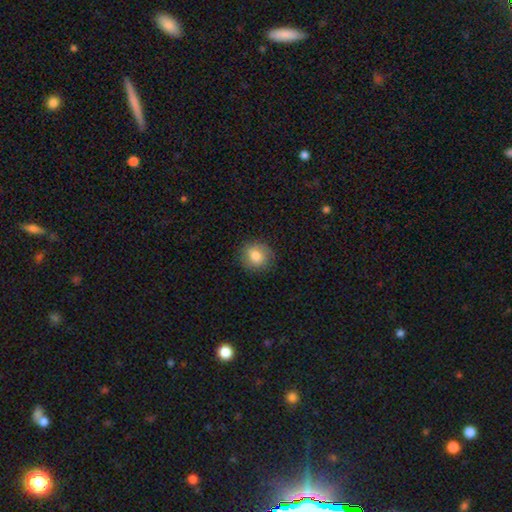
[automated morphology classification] Smooth or featured?
  - smooth: 82% *
  - featured or disk: 10%
  - star or artifact: 8%
How rounded?
  - round: 81% *
  - in between: 18%
  - cigar-shaped: 1%
Merging?
  - none: 86% *
  - minor disturbance: 10%
  - major disturbance: 3%
  - merger: 1%